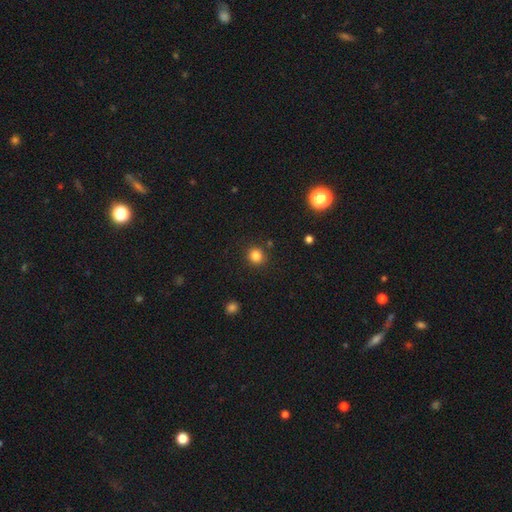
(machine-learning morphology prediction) type=smooth (84%); roundness=round (90%); merging=none (89%).